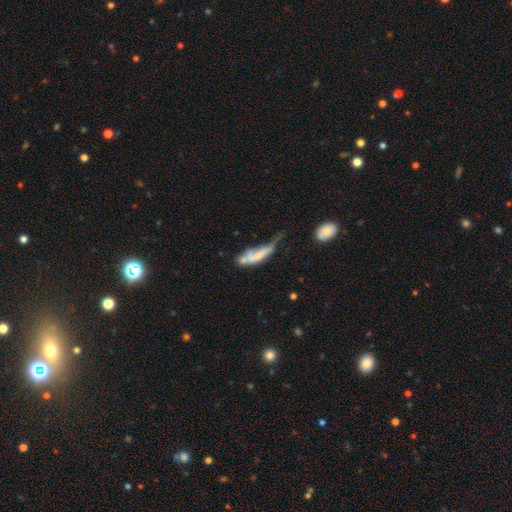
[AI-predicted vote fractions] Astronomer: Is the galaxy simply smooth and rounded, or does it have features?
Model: smooth — 49% (runner-up: featured or disk, 42%).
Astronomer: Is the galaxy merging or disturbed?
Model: major disturbance — 36% (runner-up: merger, 23%).